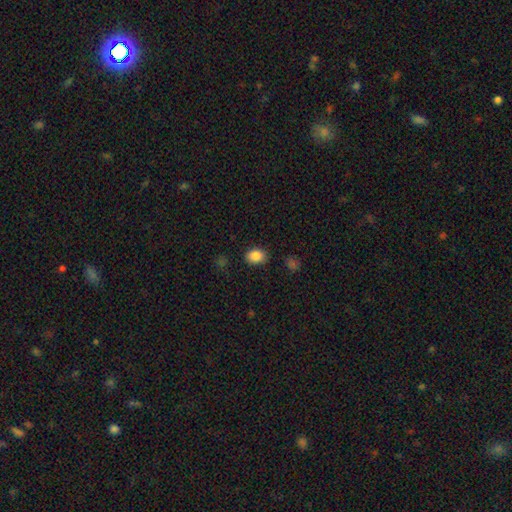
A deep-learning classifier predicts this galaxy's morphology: This appears to be a smooth galaxy with no disk features (87%) that is in between round and cigar-shaped (68%). Merging: none (85%).